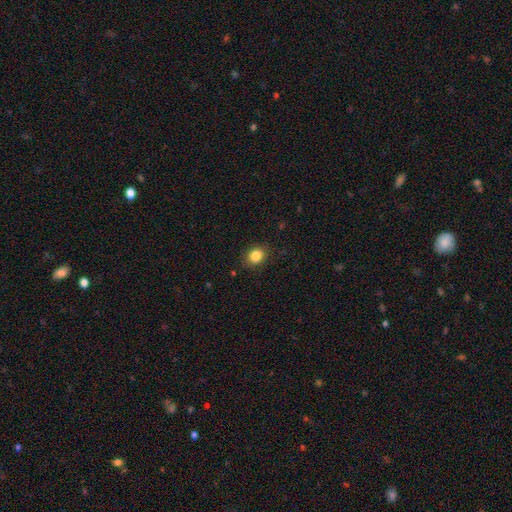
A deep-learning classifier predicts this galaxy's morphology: smooth_or_featured: smooth (p=0.85) [alt: star or artifact p=0.10]
how_rounded: round (p=0.57) [alt: in between p=0.42]
merging: none (p=0.86) [alt: minor disturbance p=0.10]